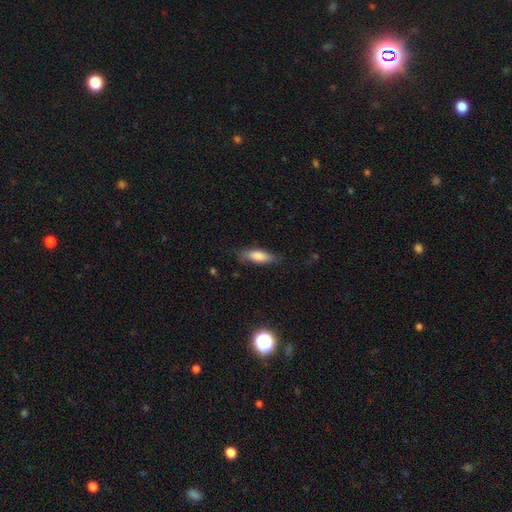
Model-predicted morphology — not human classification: Q: Smooth or featured?
A: smooth (74%); runner-up: featured or disk (17%)
Q: How rounded?
A: in between (55%); runner-up: cigar-shaped (43%)
Q: Merging?
A: none (77%); runner-up: minor disturbance (18%)